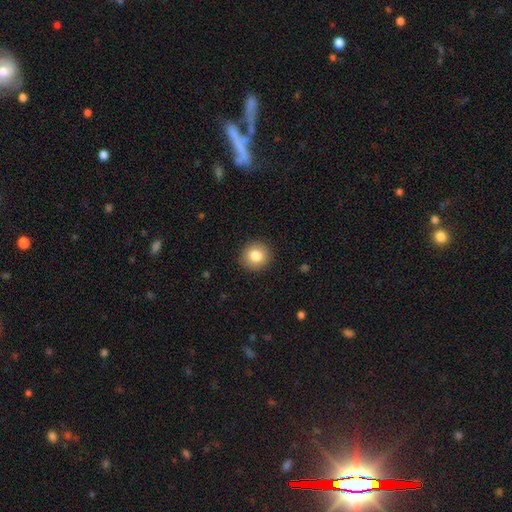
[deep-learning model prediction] A smooth galaxy with no disk features (83%) that is round (91%).

Vote fractions:
- Smooth or featured? smooth: 83% / star or artifact: 9% / featured or disk: 9%
- How rounded? round: 91% / in between: 8% / cigar-shaped: 1%
- Merging? none: 91% / minor disturbance: 6% / major disturbance: 2% / merger: 1%